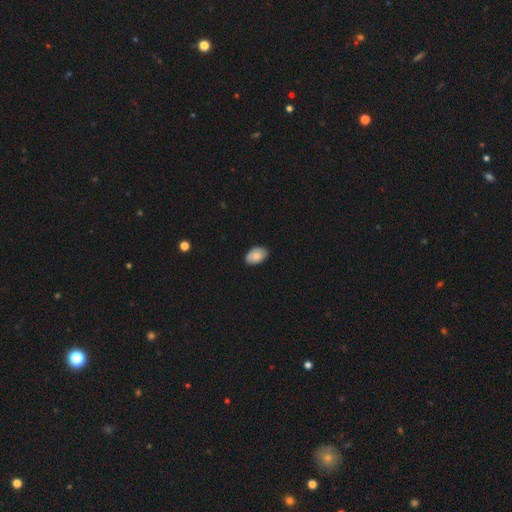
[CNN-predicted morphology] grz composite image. It shows a smooth galaxy with no disk features (79%) that is in between round and cigar-shaped (91%). Merging: none (82%).